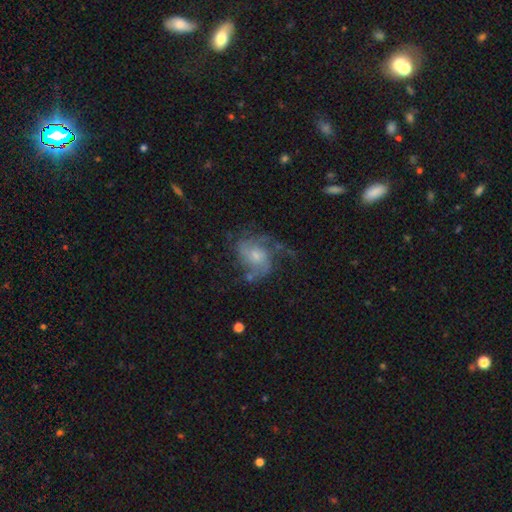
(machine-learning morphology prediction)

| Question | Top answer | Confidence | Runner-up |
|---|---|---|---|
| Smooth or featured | featured or disk | 74% | smooth (19%) |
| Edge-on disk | no | 98% | yes (2%) |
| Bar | no | 68% | weak (28%) |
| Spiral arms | yes | 87% | no (13%) |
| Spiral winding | medium | 45% | loose (34%) |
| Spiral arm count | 2 | 49% | can't tell (20%) |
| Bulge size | small | 50% | moderate (38%) |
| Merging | none | 44% | major disturbance (30%) |